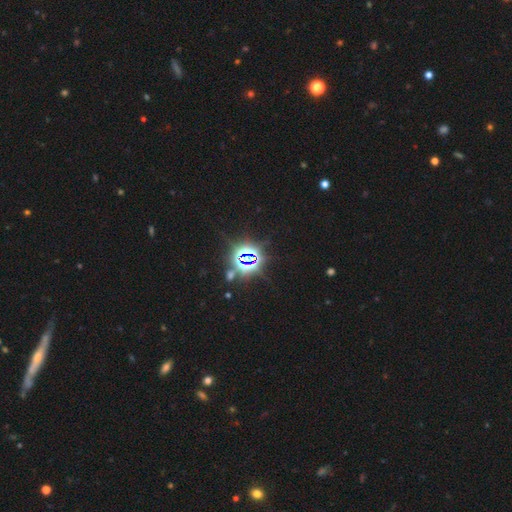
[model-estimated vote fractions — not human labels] This is clearly a star or artifact rather than a galaxy (83%).